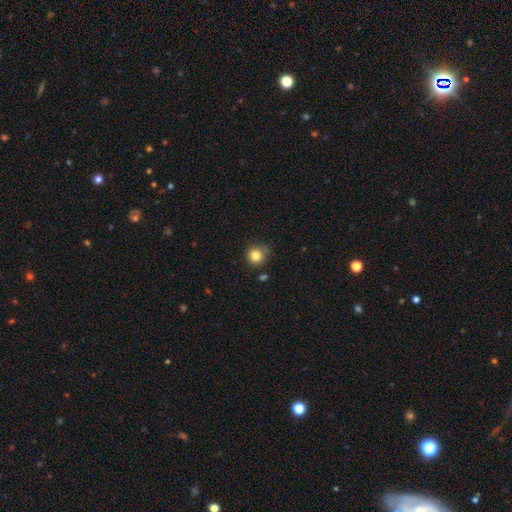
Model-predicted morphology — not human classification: smooth_or_featured: smooth (p=0.82) [alt: star or artifact p=0.12]
how_rounded: round (p=0.92) [alt: in between p=0.07]
merging: none (p=0.78) [alt: minor disturbance p=0.15]